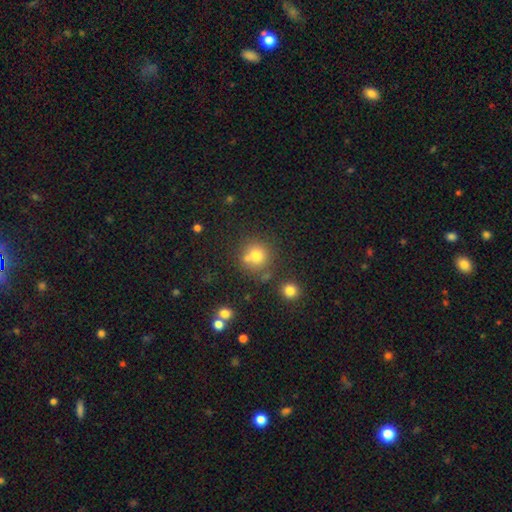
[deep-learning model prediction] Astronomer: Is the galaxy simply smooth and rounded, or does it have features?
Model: smooth — 74%.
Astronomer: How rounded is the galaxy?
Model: round — 90%.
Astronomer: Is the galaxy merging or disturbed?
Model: none — 64%.